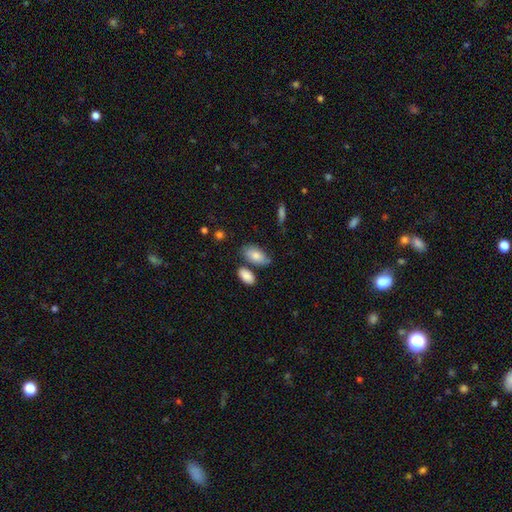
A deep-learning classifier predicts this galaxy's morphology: A smooth galaxy with no disk features (77%) that is in between round and cigar-shaped (92%).

Vote fractions:
- Smooth or featured? smooth: 77% / featured or disk: 16% / star or artifact: 7%
- How rounded? in between: 92% / cigar-shaped: 4% / round: 4%
- Merging? none: 61% / minor disturbance: 20% / merger: 13% / major disturbance: 6%